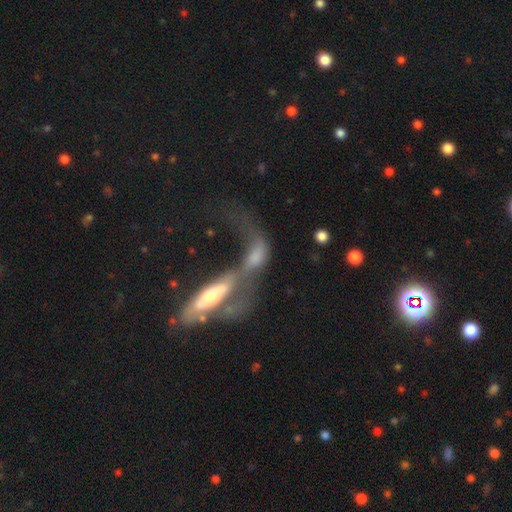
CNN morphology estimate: smooth-or-featured: smooth: 48% | featured or disk: 42% | star or artifact: 10%
  merging: merger: 74% | major disturbance: 14% | none: 7% | minor disturbance: 5%